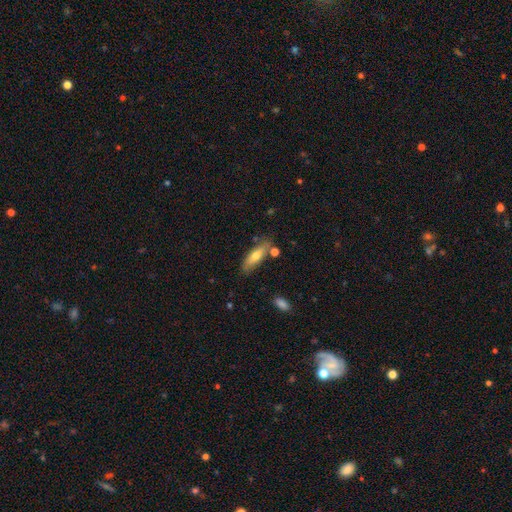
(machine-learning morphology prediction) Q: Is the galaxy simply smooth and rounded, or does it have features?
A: smooth — 65%.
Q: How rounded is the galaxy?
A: cigar-shaped — 52%.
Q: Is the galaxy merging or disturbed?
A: none — 74%.